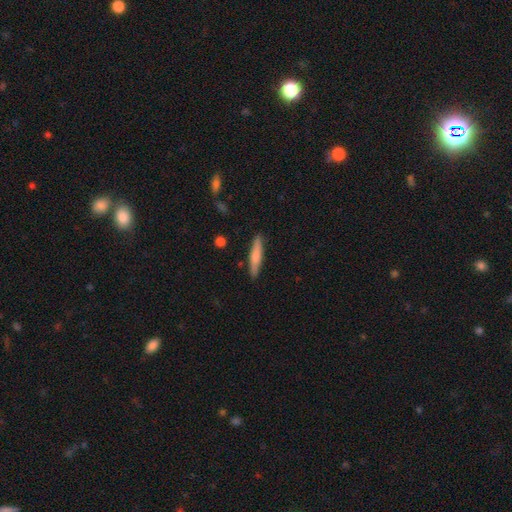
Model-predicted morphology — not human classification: The model was most divided on "smooth or featured": smooth: 68%, featured or disk: 27%, star or artifact: 6%. More confident: how rounded — cigar-shaped (89%); merging — none (88%).